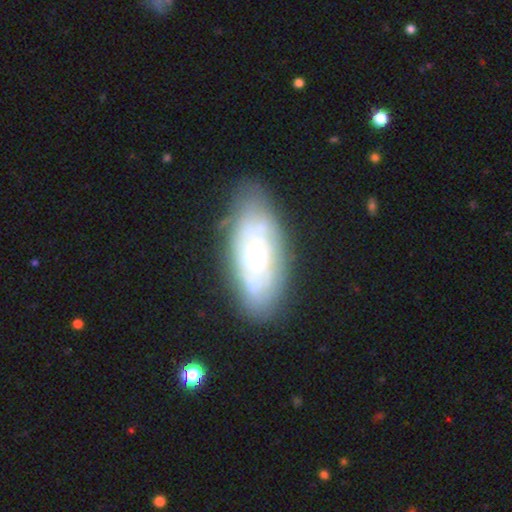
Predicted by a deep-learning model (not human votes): This appears to be a featured or disk galaxy (56%). Merging: none (69%).